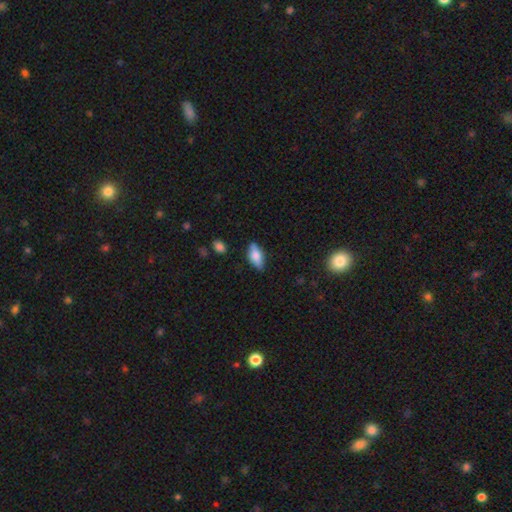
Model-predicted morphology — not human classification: This is likely a smooth galaxy (69%). How rounded: clearly in between (81%). Merging: likely none (77%).